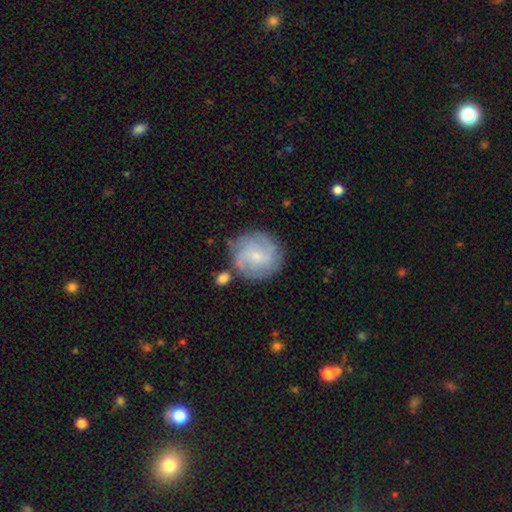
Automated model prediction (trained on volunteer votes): This appears to be a featured or disk galaxy (62%) with no bar (54%), tight (41%, tied with medium) spiral arms (88%) and a small central bulge (73%). Merging: none (73%).